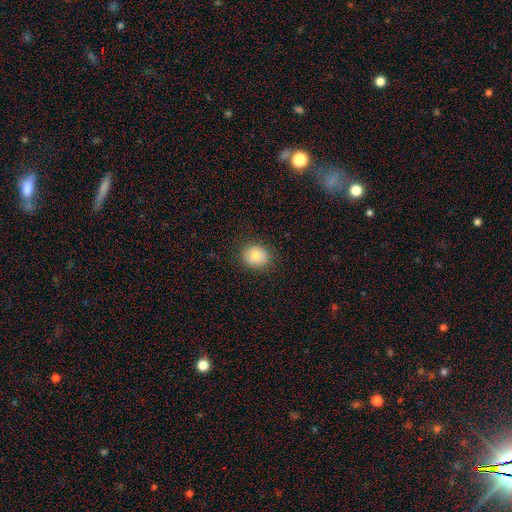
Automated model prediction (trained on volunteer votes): smooth 81%, featured or disk 10%, star or artifact 9%. Down the decision tree: how rounded — round (73%); merging — none (88%).